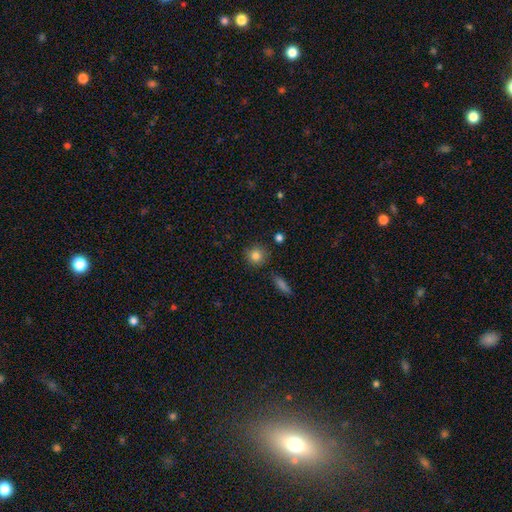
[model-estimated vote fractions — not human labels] Smooth or featured? smooth (83%)
How rounded? round (90%)
Merging? none (85%)